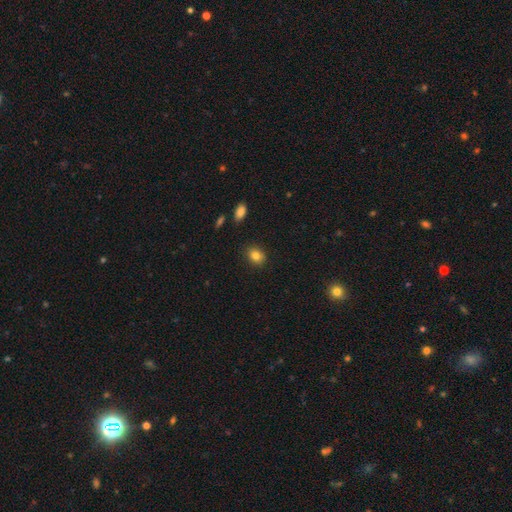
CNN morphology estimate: A smooth galaxy with no disk features (83%) that is in between round and cigar-shaped (50%).

Vote fractions:
- Smooth or featured? smooth: 83% / star or artifact: 10% / featured or disk: 7%
- How rounded? in between: 50% / round: 49% / cigar-shaped: 1%
- Merging? none: 88% / minor disturbance: 9% / major disturbance: 2% / merger: 1%